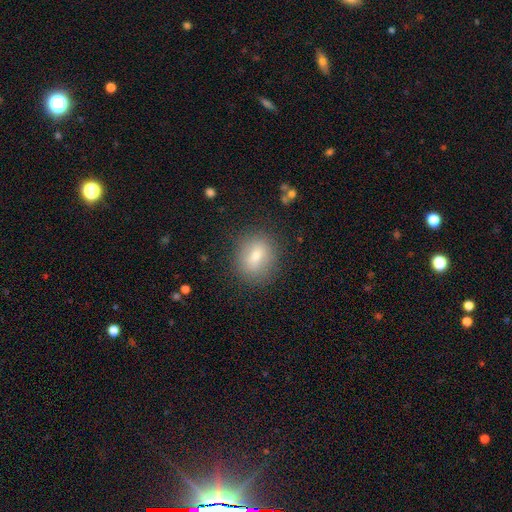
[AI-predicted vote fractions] This appears to be a smooth galaxy with no disk features (74%) that is round (52%). Merging: none (84%).